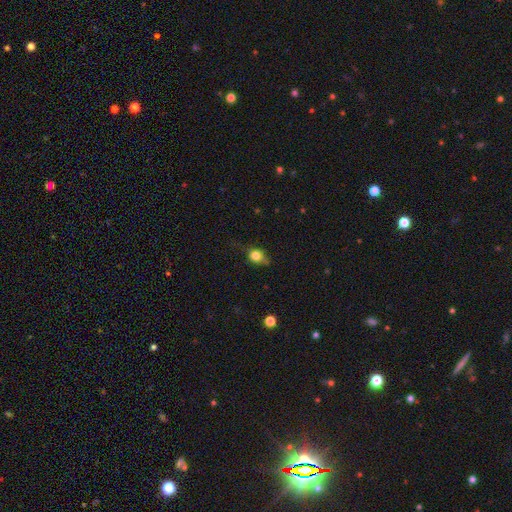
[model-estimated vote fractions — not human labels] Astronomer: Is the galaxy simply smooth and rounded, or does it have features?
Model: smooth — 75%.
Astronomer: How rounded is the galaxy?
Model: round — 58% (runner-up: in between, 39%).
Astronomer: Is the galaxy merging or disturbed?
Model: none — 56%.